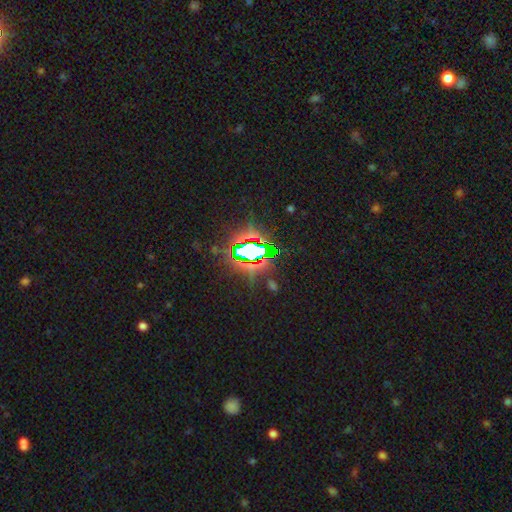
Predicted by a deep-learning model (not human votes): Smooth or featured? Predicted: star or artifact (p=0.78).